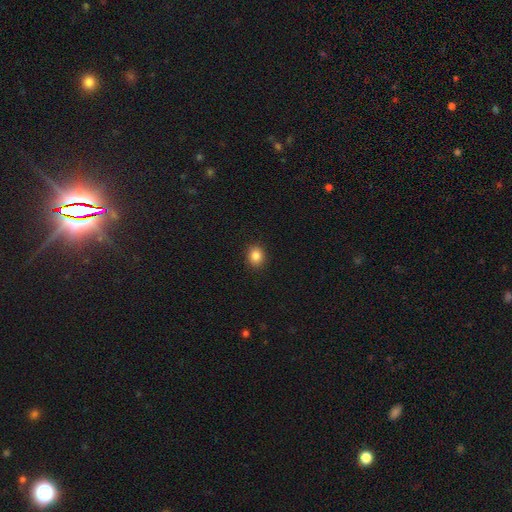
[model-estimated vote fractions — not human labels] This is clearly a smooth galaxy (85%). How rounded: possibly round (59%). Merging: clearly none (91%).